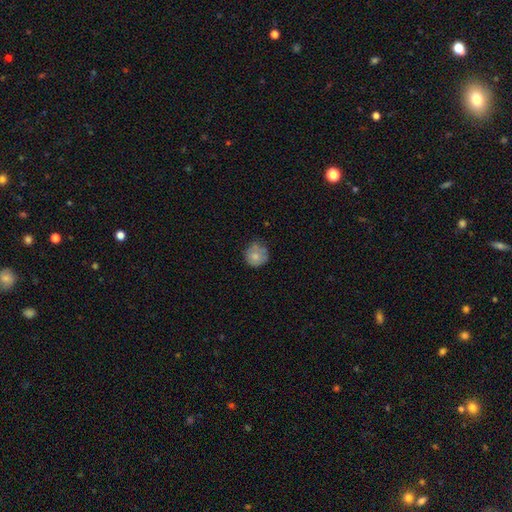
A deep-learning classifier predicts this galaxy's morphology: A smooth galaxy with no disk features (73%) that is round (89%).

Vote fractions:
- Smooth or featured? smooth: 73% / featured or disk: 18% / star or artifact: 8%
- How rounded? round: 89% / in between: 10% / cigar-shaped: 1%
- Merging? none: 63% / minor disturbance: 27% / major disturbance: 7% / merger: 3%